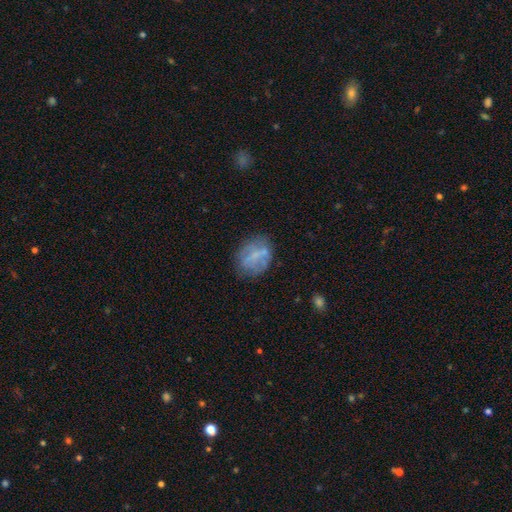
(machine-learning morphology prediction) Smooth or featured: smooth — 48% (featured or disk — 41%)
Merging: none — 63% (minor disturbance — 22%)